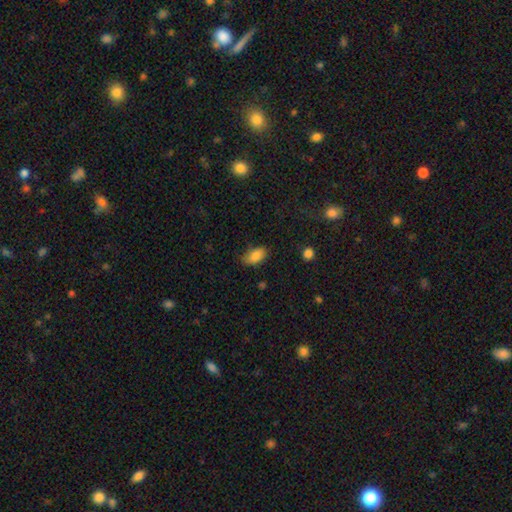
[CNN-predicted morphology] Smooth or featured? smooth (85%)
How rounded? in between (92%)
Merging? none (69%)